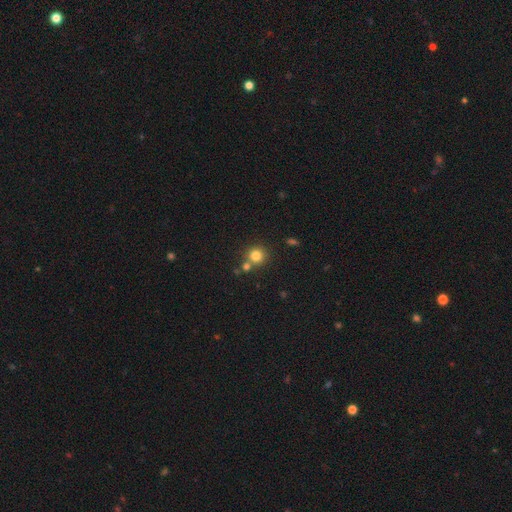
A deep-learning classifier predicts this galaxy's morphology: type=smooth (81%); roundness=round (91%); merging=none (69%).